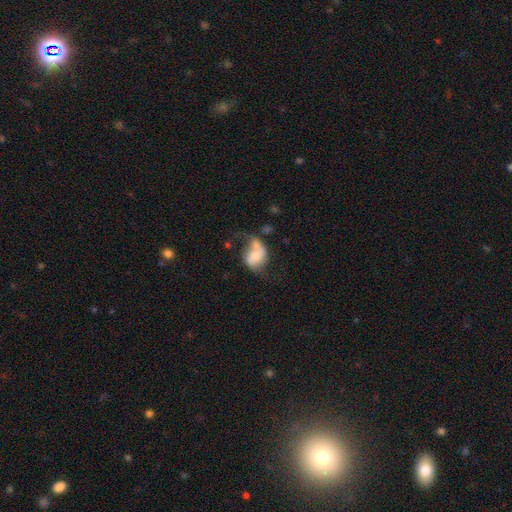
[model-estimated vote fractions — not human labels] Smooth or featured? featured or disk (53%)
Edge-on disk? no (97%)
Bar? no (60%)
Spiral arms? yes (77%)
Bulge size? moderate (43%)
Merging? none (29%)